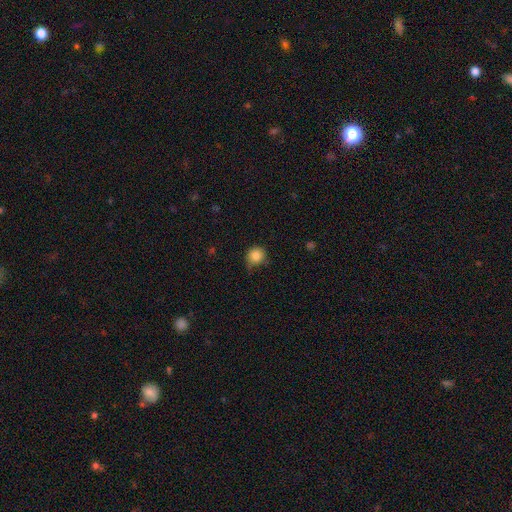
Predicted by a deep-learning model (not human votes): This is clearly a smooth galaxy (84%). How rounded: clearly round (88%). Merging: likely none (64%).